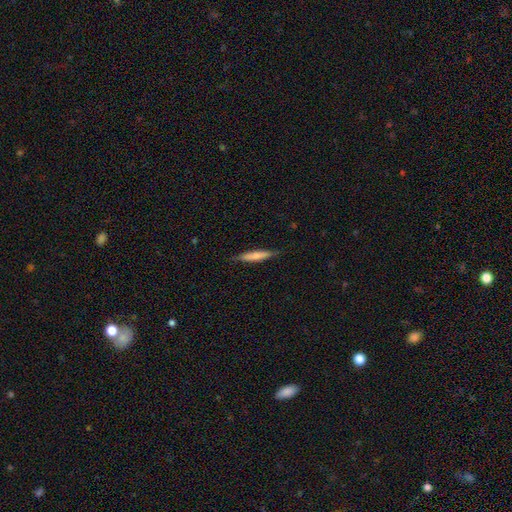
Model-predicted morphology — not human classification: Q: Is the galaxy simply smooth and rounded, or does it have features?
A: smooth — 71%.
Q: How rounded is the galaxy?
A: cigar-shaped — 89%.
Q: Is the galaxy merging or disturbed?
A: none — 85%.